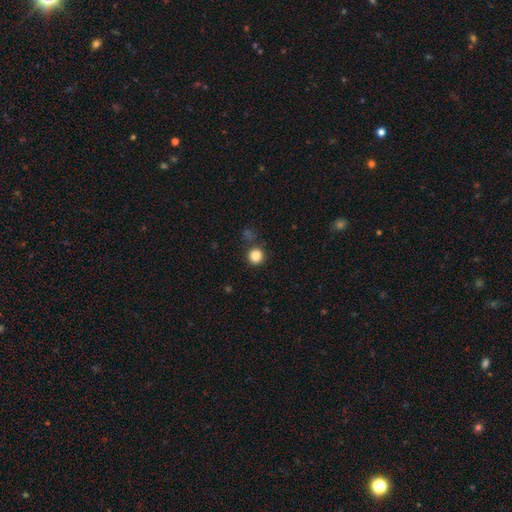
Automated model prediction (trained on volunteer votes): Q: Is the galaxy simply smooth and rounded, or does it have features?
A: smooth — 86%.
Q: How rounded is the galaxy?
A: round — 93%.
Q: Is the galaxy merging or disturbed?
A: none — 83%.